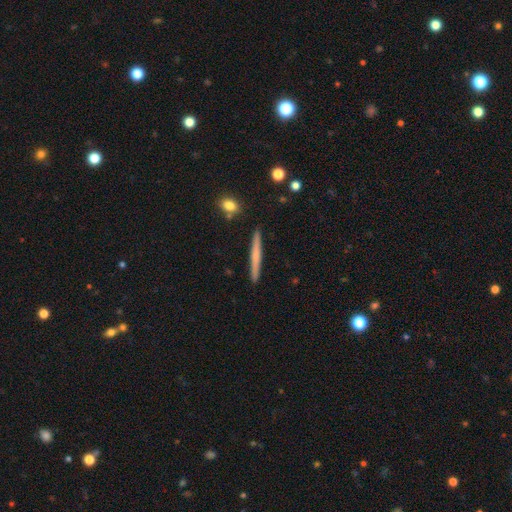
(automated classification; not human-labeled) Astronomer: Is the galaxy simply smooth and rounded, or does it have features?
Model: smooth — 55% (runner-up: featured or disk, 39%).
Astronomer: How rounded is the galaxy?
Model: cigar-shaped — 96%.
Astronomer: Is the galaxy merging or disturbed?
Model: none — 91%.